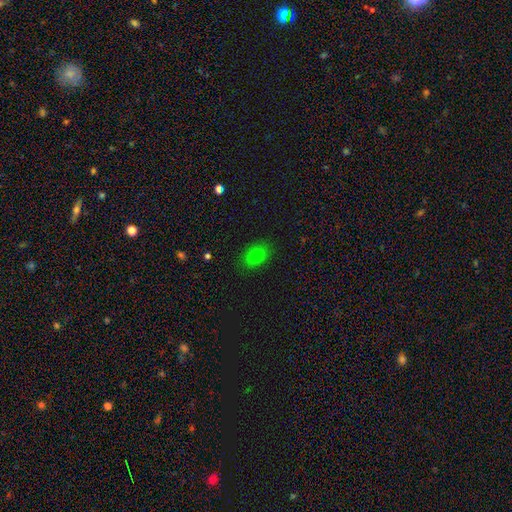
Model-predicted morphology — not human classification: Smooth or featured?
  - smooth: 80% *
  - star or artifact: 13%
  - featured or disk: 7%
How rounded?
  - in between: 80% *
  - round: 18%
  - cigar-shaped: 2%
Merging?
  - none: 85% *
  - minor disturbance: 11%
  - major disturbance: 3%
  - merger: 1%